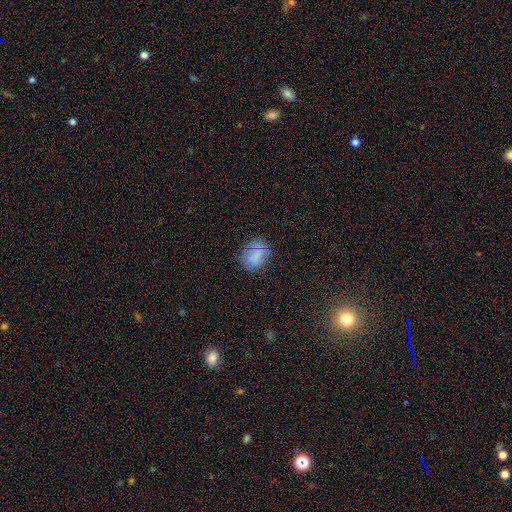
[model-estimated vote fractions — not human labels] This is likely a smooth galaxy (72%). How rounded: possibly round (52%). Merging: likely none (73%).